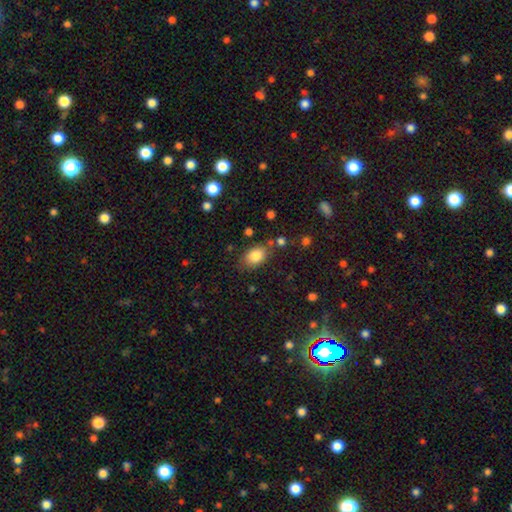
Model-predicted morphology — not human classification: smooth-or-featured: smooth: 84% | star or artifact: 8% | featured or disk: 8%
  how-rounded: in between: 83% | round: 16% | cigar-shaped: 1%
  merging: none: 75% | minor disturbance: 16% | merger: 5% | major disturbance: 5%